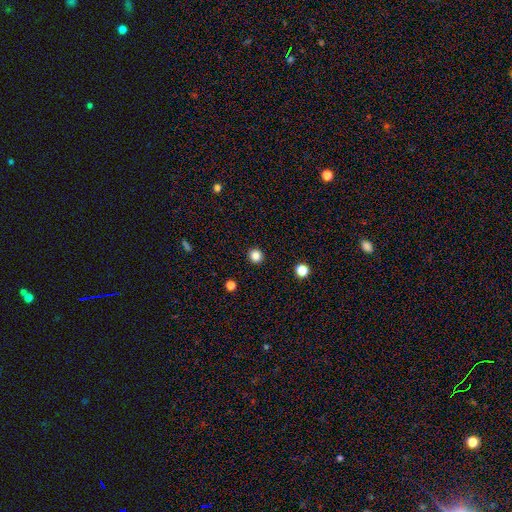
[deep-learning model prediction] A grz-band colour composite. It shows a smooth galaxy with no disk features (84%) that is round (92%). Merging: none (93%).